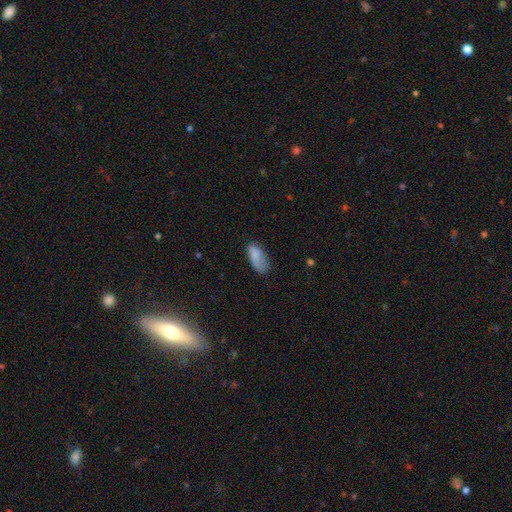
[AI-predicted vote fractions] The model was most divided on "merging": none: 47%, minor disturbance: 33%, major disturbance: 17%, merger: 3%. More confident: how rounded — in between (89%); smooth or featured — smooth (80%).